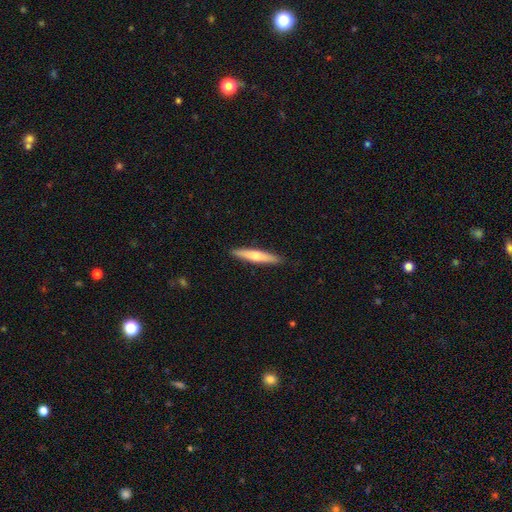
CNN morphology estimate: This is likely a smooth galaxy (61%). How rounded: clearly cigar-shaped (92%). Merging: clearly none (90%).